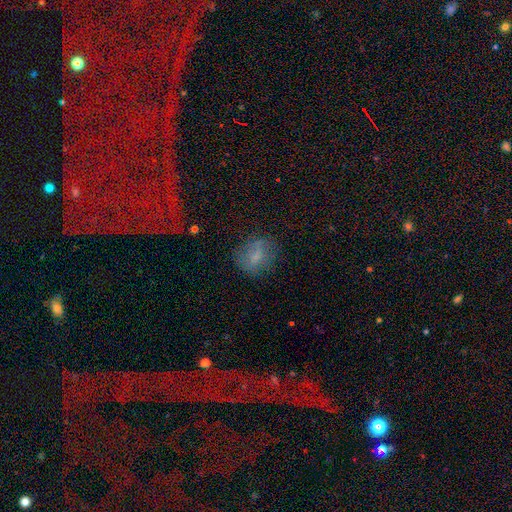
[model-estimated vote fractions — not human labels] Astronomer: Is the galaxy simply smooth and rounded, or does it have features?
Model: smooth — 65%.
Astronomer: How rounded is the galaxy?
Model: round — 52% (runner-up: in between, 46%).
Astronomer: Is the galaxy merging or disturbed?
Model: none — 64%.